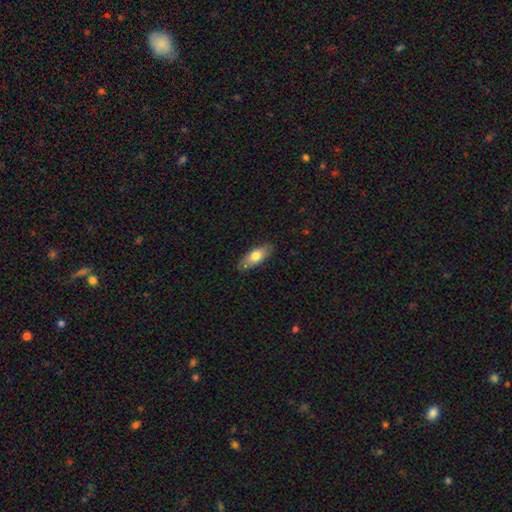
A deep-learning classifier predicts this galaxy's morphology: Smooth or featured?
  - smooth: 70% *
  - featured or disk: 23%
  - star or artifact: 6%
How rounded?
  - in between: 73% *
  - cigar-shaped: 24%
  - round: 3%
Merging?
  - none: 84% *
  - minor disturbance: 13%
  - major disturbance: 2%
  - merger: 1%